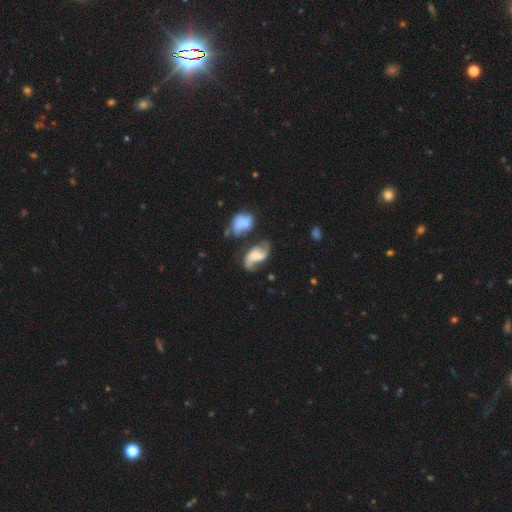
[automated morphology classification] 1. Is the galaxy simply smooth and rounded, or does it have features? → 80% featured or disk, 14% smooth, 6% star or artifact.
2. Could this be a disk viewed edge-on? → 97% no, 3% yes.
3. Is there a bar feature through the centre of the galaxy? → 45% weak, 37% no, 18% strong.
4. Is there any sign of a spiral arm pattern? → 93% yes, 7% no.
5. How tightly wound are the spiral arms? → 56% loose, 35% medium, 9% tight.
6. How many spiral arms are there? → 90% 2, 4% can't tell, 3% 1, 1% 3, 1% 4, 1% more than 4.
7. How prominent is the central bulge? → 39% small, 38% moderate, 14% none, 7% large, 2% dominant.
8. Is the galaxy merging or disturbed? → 54% none, 19% minor disturbance, 16% merger, 11% major disturbance.